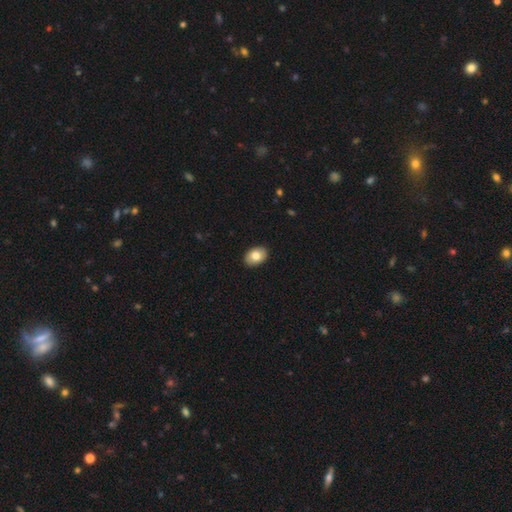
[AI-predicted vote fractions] smooth 80%, featured or disk 13%, star or artifact 7%. Down the decision tree: how rounded — in between (82%); merging — none (90%).